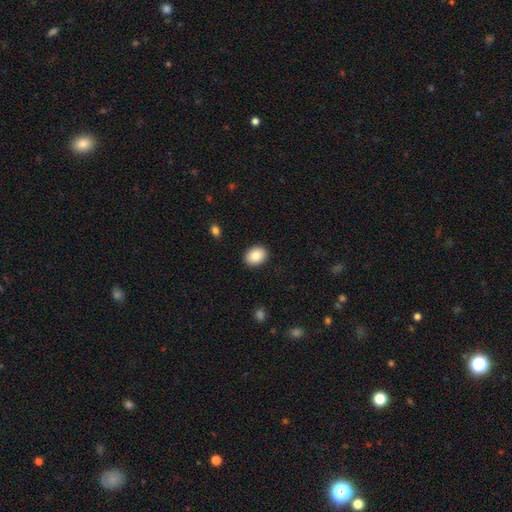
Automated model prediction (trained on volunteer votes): Morphology: type=smooth (86%); roundness=in between (65%); merging=none (90%).